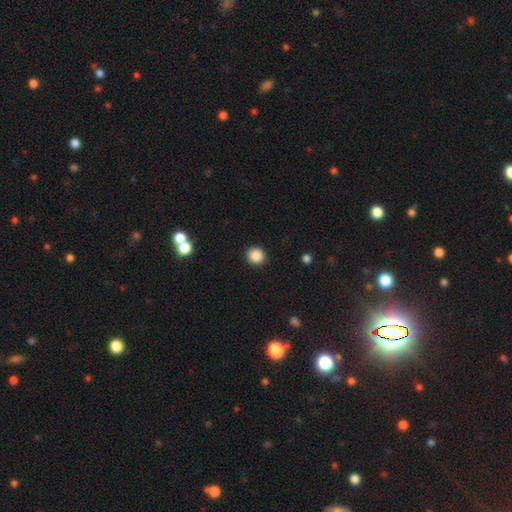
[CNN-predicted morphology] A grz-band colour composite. It shows a smooth galaxy with no disk features (87%) that is round (90%). Merging: none (92%).